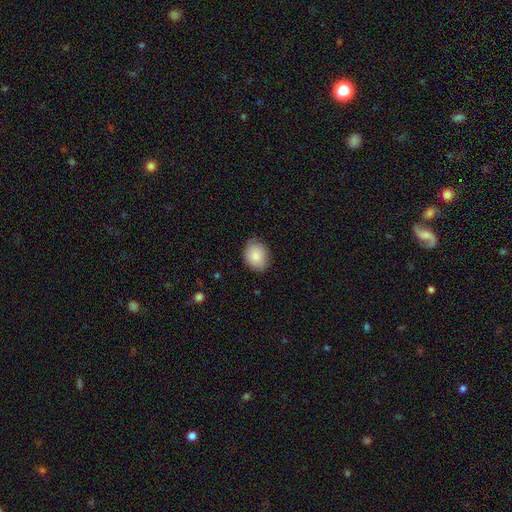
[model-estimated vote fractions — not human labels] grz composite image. It shows a smooth galaxy with no disk features (85%) that is in between round and cigar-shaped (61%). Merging: none (79%).